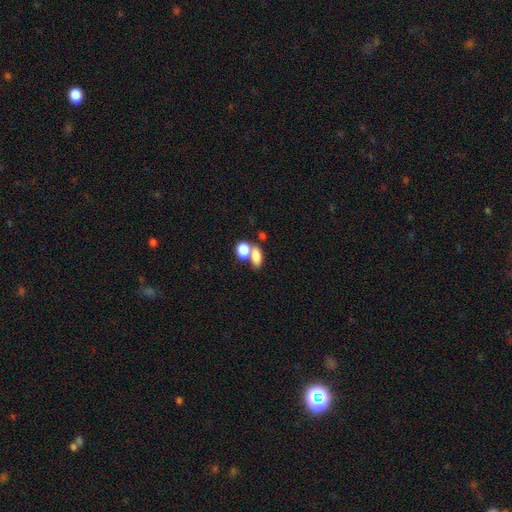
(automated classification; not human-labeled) Q: Smooth or featured?
A: smooth (81%); runner-up: featured or disk (10%)
Q: How rounded?
A: in between (82%); runner-up: round (15%)
Q: Merging?
A: merger (50%); runner-up: none (37%)